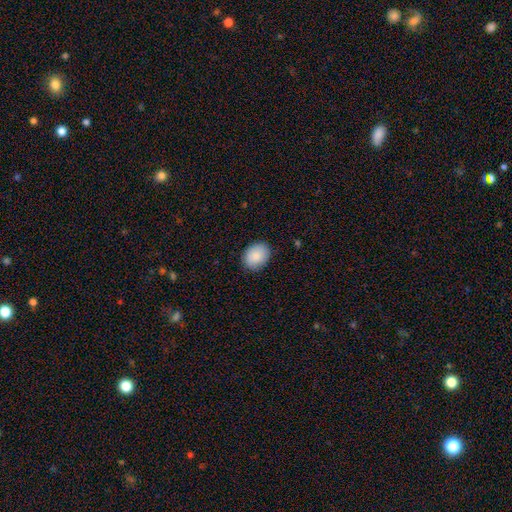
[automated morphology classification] Q: Smooth or featured?
A: smooth (88%); runner-up: star or artifact (7%)
Q: How rounded?
A: in between (64%); runner-up: round (35%)
Q: Merging?
A: none (86%); runner-up: minor disturbance (11%)